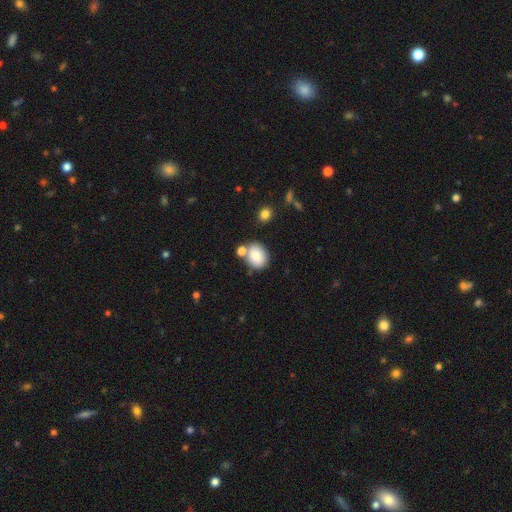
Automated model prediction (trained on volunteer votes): smooth_or_featured: smooth (p=0.84) [alt: star or artifact p=0.08]
how_rounded: in between (p=0.51) [alt: round p=0.48]
merging: none (p=0.63) [alt: merger p=0.19]